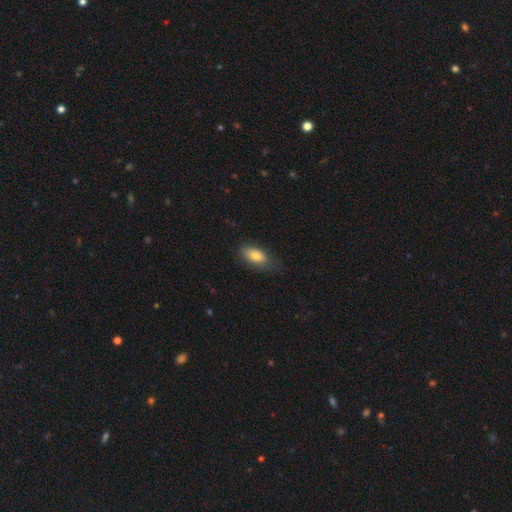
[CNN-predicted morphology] smooth 80%, featured or disk 13%, star or artifact 7%. Down the decision tree: how rounded — in between (88%); merging — none (66%).